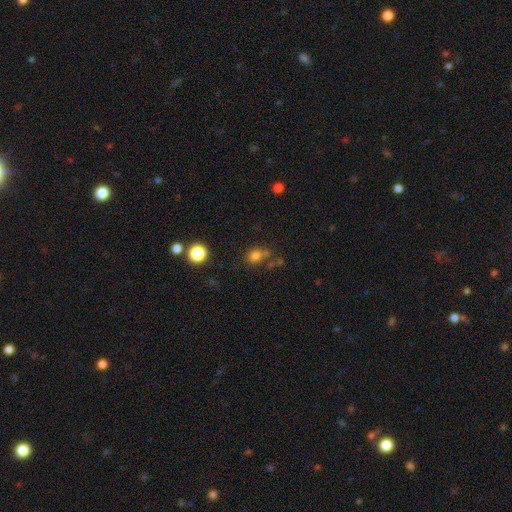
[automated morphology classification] smooth_or_featured: smooth (p=0.74) [alt: star or artifact p=0.17]
how_rounded: in between (p=0.50) [alt: round p=0.48]
merging: none (p=0.56) [alt: minor disturbance p=0.19]